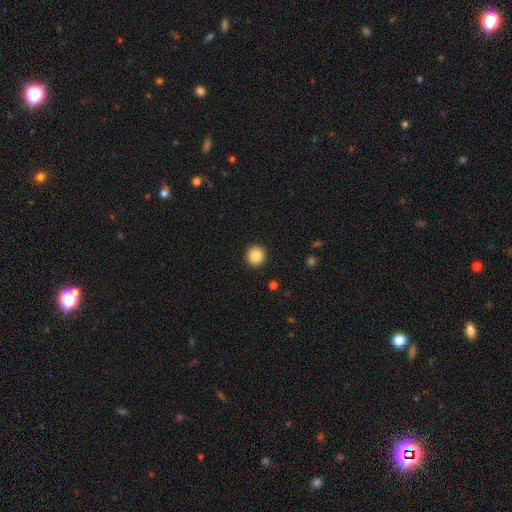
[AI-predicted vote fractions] Q: Smooth or featured?
A: smooth (88%); runner-up: star or artifact (9%)
Q: How rounded?
A: round (95%); runner-up: in between (4%)
Q: Merging?
A: none (93%); runner-up: minor disturbance (4%)